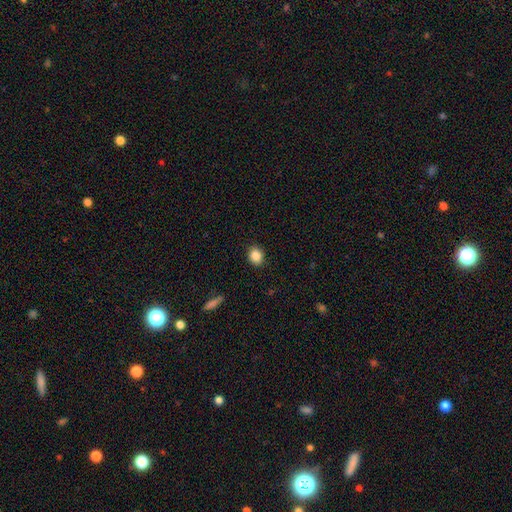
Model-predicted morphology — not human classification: A smooth galaxy with no disk features (86%) that is round (57%). Merging: none (88%).